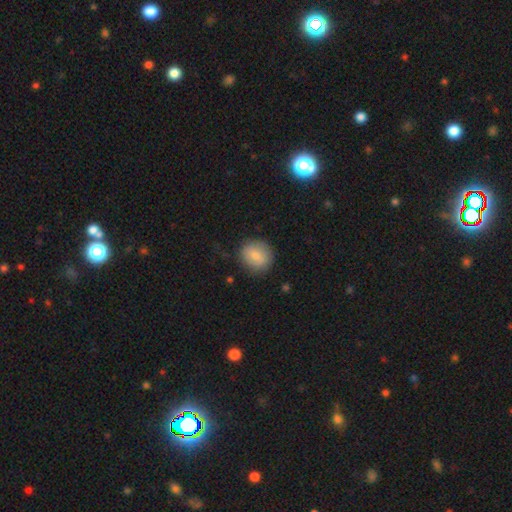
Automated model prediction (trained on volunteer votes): This is likely a smooth galaxy (79%). How rounded: likely round (76%). Merging: clearly none (83%).